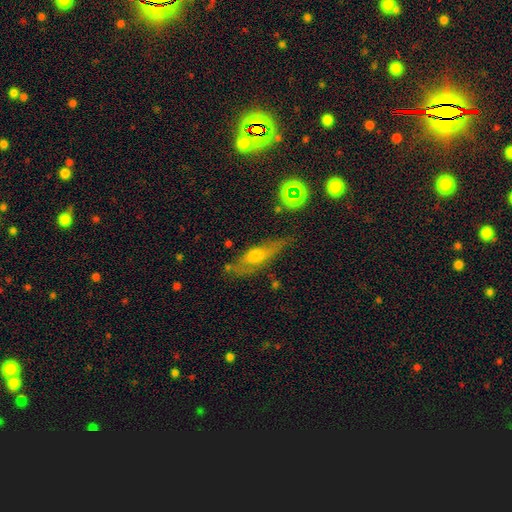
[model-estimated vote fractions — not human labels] Smooth or featured? Predicted: featured or disk (p=0.45, tied with smooth). Merging? Predicted: none (p=0.67).